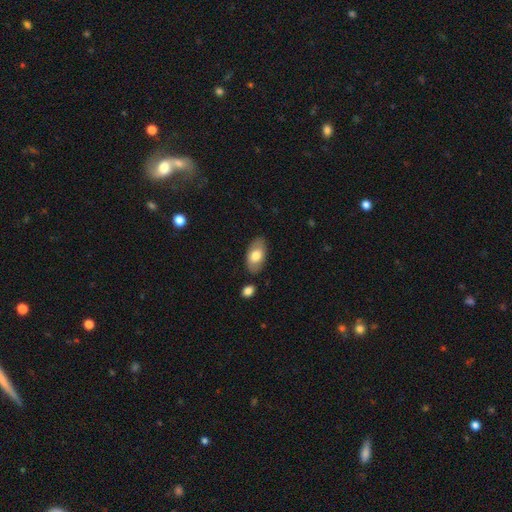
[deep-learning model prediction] Smooth or featured: smooth — 74% (featured or disk — 19%)
How rounded: in between — 94% (round — 4%)
Merging: none — 82% (minor disturbance — 12%)